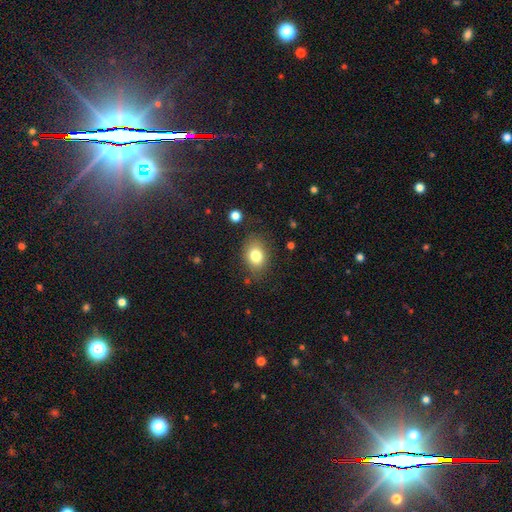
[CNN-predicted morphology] Q: Smooth or featured?
A: smooth (80%); runner-up: featured or disk (10%)
Q: How rounded?
A: in between (71%); runner-up: round (28%)
Q: Merging?
A: none (79%); runner-up: minor disturbance (15%)